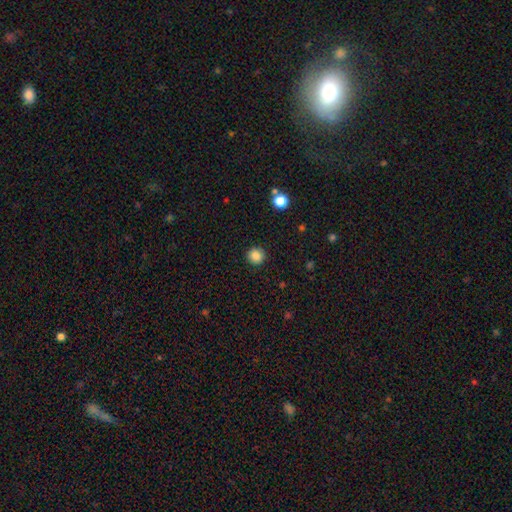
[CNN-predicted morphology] Smooth or featured? Predicted: smooth (p=0.86). How rounded? Predicted: round (p=0.92). Merging? Predicted: none (p=0.91).